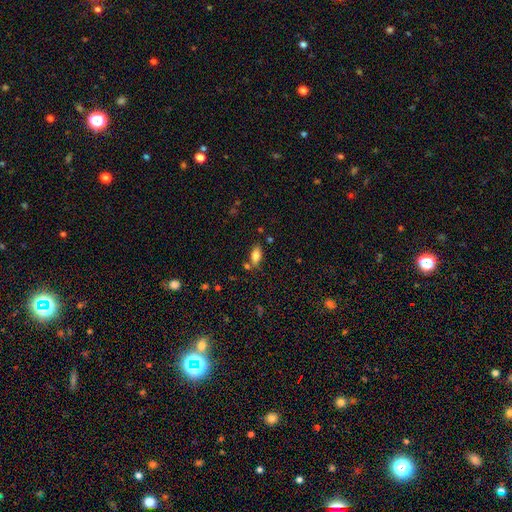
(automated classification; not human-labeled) The model was most divided on "merging": none: 72%, minor disturbance: 14%, merger: 10%, major disturbance: 4%. More confident: how rounded — in between (90%); smooth or featured — smooth (83%).